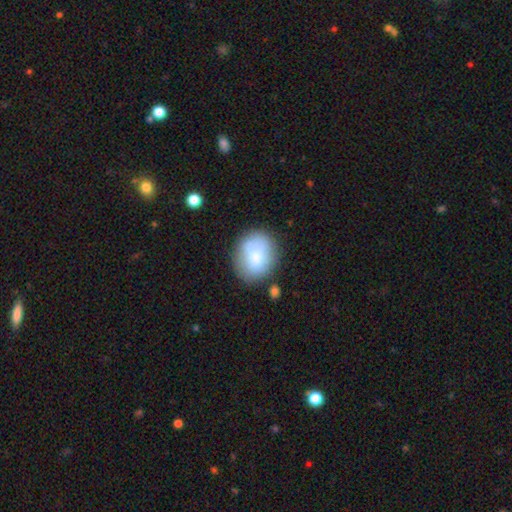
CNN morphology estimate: smooth_or_featured: smooth (p=0.74) [alt: featured or disk p=0.19]
how_rounded: round (p=0.60) [alt: in between p=0.40]
merging: none (p=0.69) [alt: minor disturbance p=0.19]